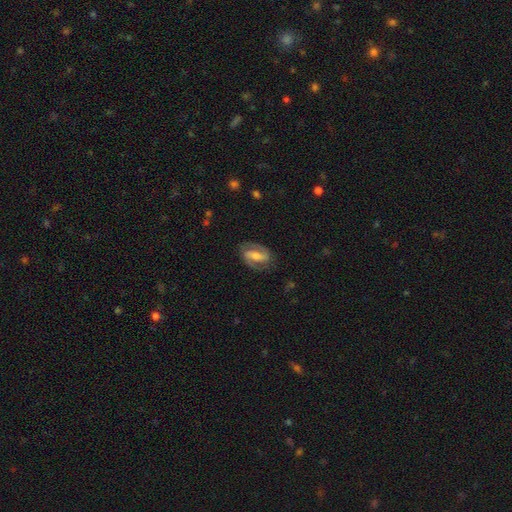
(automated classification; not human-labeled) Smooth or featured? Predicted: featured or disk (p=0.81). Edge-on disk? Predicted: no (p=0.96). Bar? Predicted: strong (p=0.50). Spiral arms? Predicted: yes (p=0.92). Spiral winding? Predicted: medium (p=0.50). Spiral arm count? Predicted: 2 (p=0.91). Bulge size? Predicted: moderate (p=0.53). Merging? Predicted: none (p=0.81).